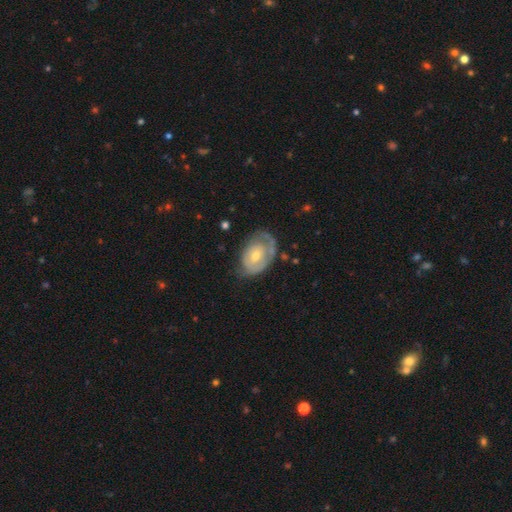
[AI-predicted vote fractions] Smooth or featured?
  - featured or disk: 65% *
  - smooth: 29%
  - star or artifact: 6%
Edge-on disk?
  - no: 95% *
  - yes: 5%
Bar?
  - no: 77% *
  - weak: 19%
  - strong: 4%
Spiral arms?
  - yes: 62% *
  - no: 38%
Bulge size?
  - moderate: 51% *
  - small: 45%
  - large: 3%
  - none: 1%
  - dominant: 1%
Merging?
  - none: 53% *
  - minor disturbance: 29%
  - major disturbance: 16%
  - merger: 2%